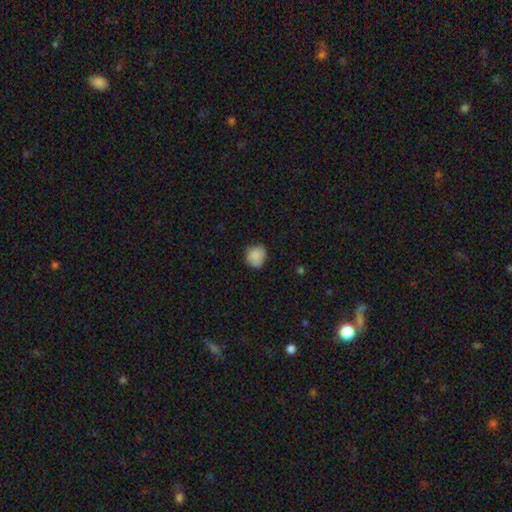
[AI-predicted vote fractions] Smooth or featured? Predicted: smooth (p=0.85). How rounded? Predicted: round (p=0.77). Merging? Predicted: none (p=0.72).